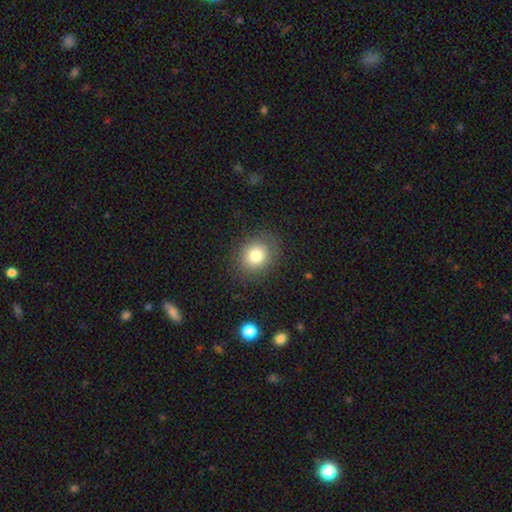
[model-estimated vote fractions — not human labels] The model was most divided on "how rounded": round: 75%, in between: 24%, cigar-shaped: 1%. More confident: merging — none (86%); smooth or featured — smooth (80%).